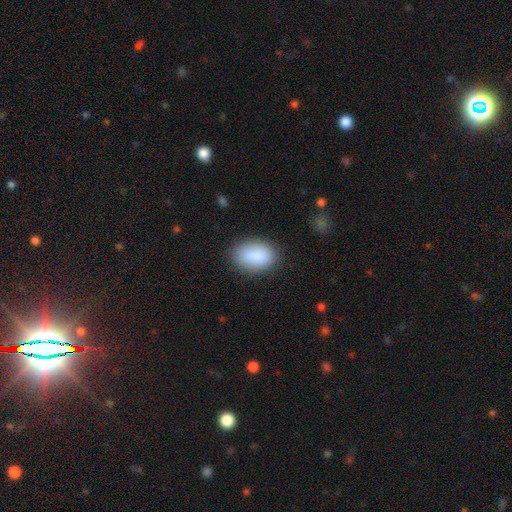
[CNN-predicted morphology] Smooth or featured? smooth (88%)
How rounded? in between (87%)
Merging? none (84%)